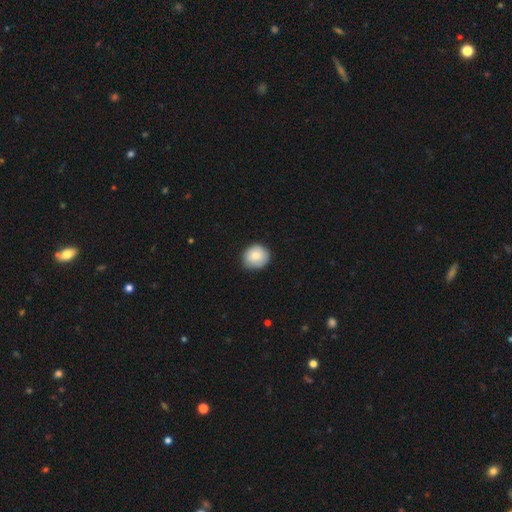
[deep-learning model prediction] A smooth galaxy with no disk features (83%) that is round (87%). Merging: none (84%).